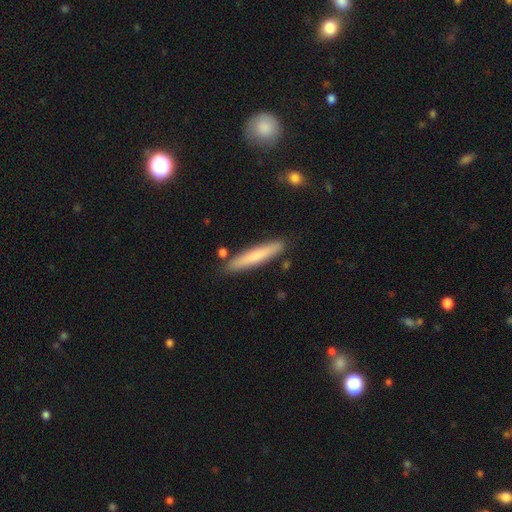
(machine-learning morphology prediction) Smooth or featured?
  - smooth: 71% *
  - featured or disk: 23%
  - star or artifact: 6%
How rounded?
  - cigar-shaped: 93% *
  - in between: 6%
  - round: 1%
Merging?
  - none: 86% *
  - minor disturbance: 10%
  - merger: 3%
  - major disturbance: 2%